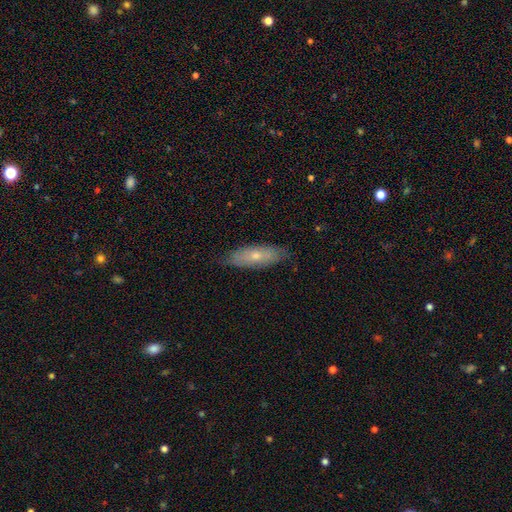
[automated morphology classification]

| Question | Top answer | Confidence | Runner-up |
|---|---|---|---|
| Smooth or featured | smooth | 54% | featured or disk (39%) |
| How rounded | in between | 56% | cigar-shaped (41%) |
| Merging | none | 79% | minor disturbance (17%) |